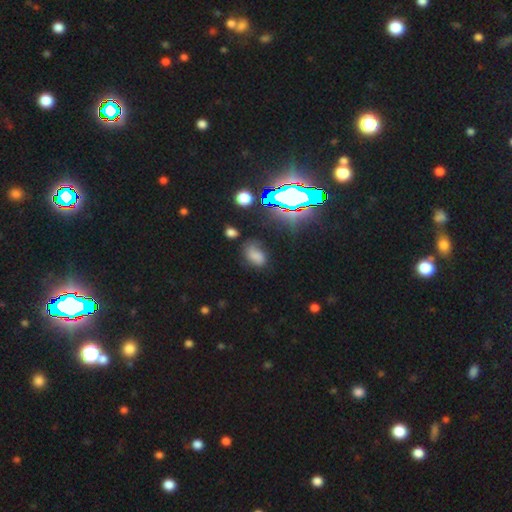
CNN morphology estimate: smooth_or_featured: smooth (p=0.62) [alt: star or artifact p=0.25]
how_rounded: in between (p=0.85) [alt: round p=0.13]
merging: none (p=0.57) [alt: minor disturbance p=0.27]